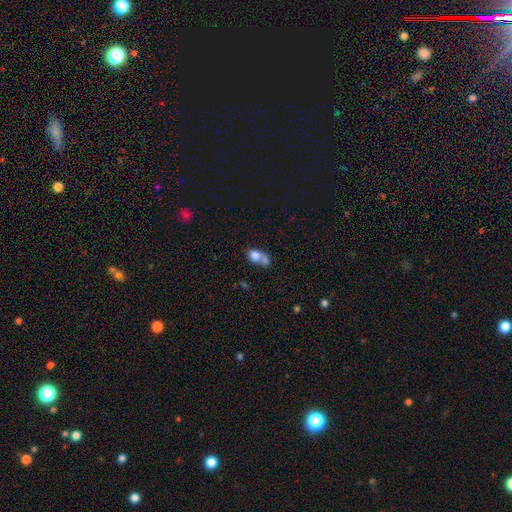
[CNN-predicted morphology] This appears to be a smooth galaxy with no disk features (74%) that is in between round and cigar-shaped (57%). Merging: merger (64%).